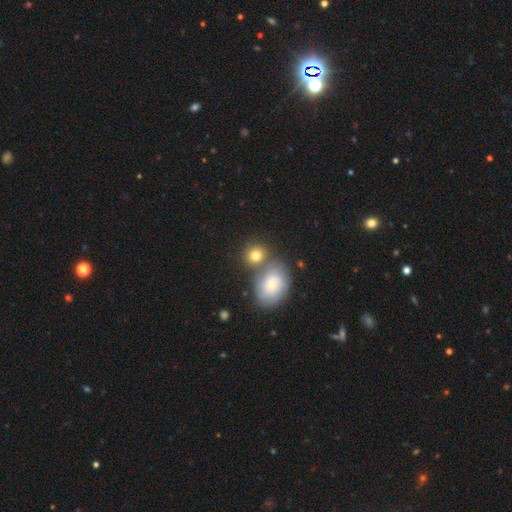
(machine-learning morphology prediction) The model was most divided on "merging": none: 56%, merger: 30%, minor disturbance: 11%, major disturbance: 4%. More confident: smooth or featured — smooth (78%); how rounded — round (77%).